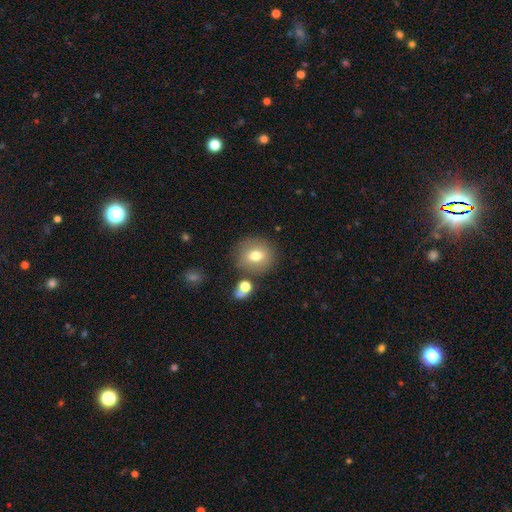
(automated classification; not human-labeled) This appears to be a smooth galaxy with no disk features (72%) that is round (82%). Merging: none (81%).